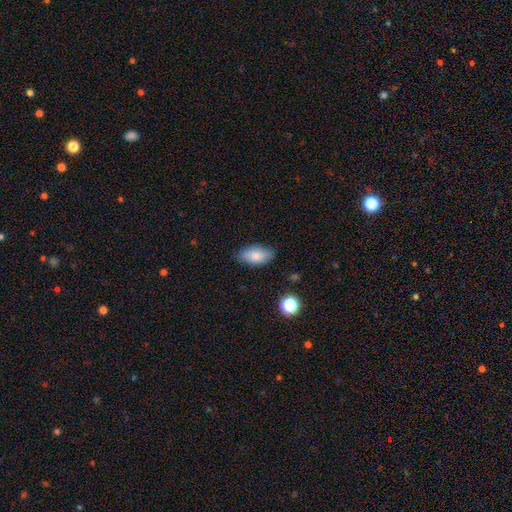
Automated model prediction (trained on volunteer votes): Smooth or featured?
  - smooth: 81% *
  - featured or disk: 12%
  - star or artifact: 8%
How rounded?
  - in between: 91% *
  - round: 4%
  - cigar-shaped: 4%
Merging?
  - none: 82% *
  - minor disturbance: 14%
  - major disturbance: 3%
  - merger: 1%